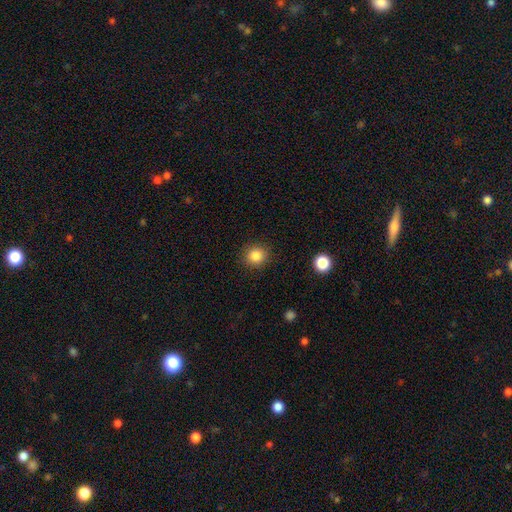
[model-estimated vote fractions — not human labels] Q: Smooth or featured?
A: smooth (85%); runner-up: star or artifact (10%)
Q: How rounded?
A: round (87%); runner-up: in between (12%)
Q: Merging?
A: none (89%); runner-up: minor disturbance (7%)